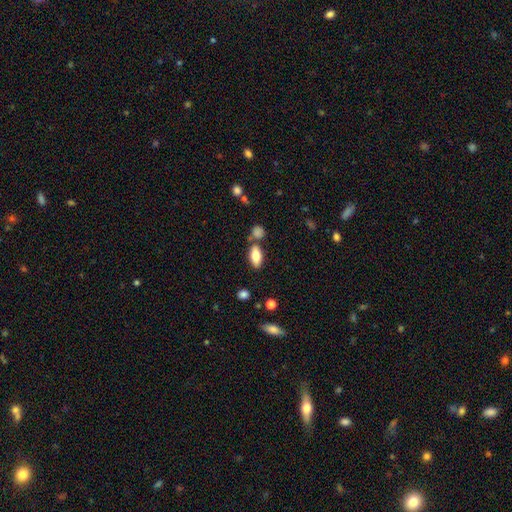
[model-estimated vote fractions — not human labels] Q: Smooth or featured?
A: smooth (78%); runner-up: featured or disk (15%)
Q: How rounded?
A: in between (86%); runner-up: cigar-shaped (10%)
Q: Merging?
A: none (72%); runner-up: minor disturbance (12%)